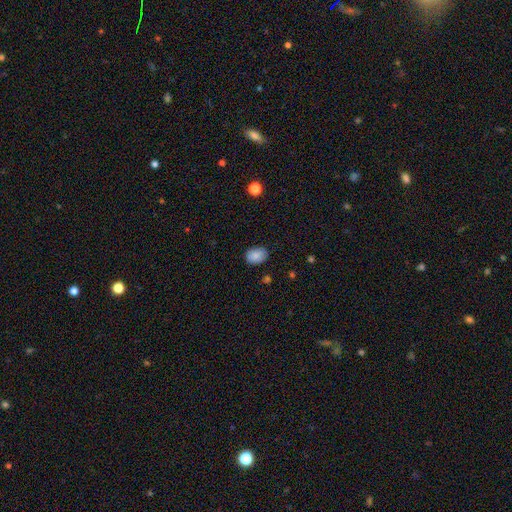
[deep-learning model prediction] Smooth or featured? Predicted: smooth (p=0.87). How rounded? Predicted: in between (p=0.72). Merging? Predicted: none (p=0.82).